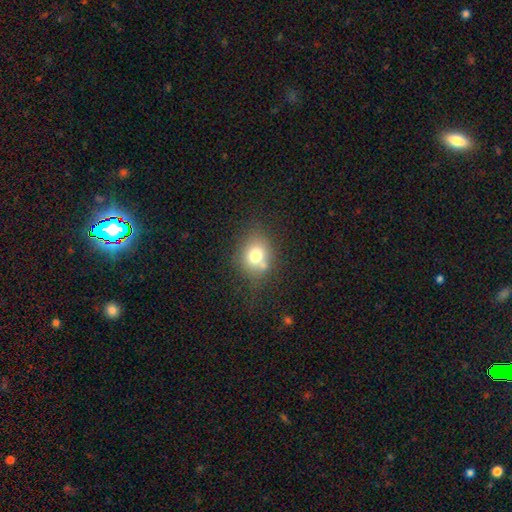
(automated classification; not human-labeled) smooth-or-featured: smooth: 72% | featured or disk: 16% | star or artifact: 12%
  how-rounded: round: 60% | in between: 39% | cigar-shaped: 1%
  merging: none: 59% | minor disturbance: 19% | merger: 15% | major disturbance: 7%